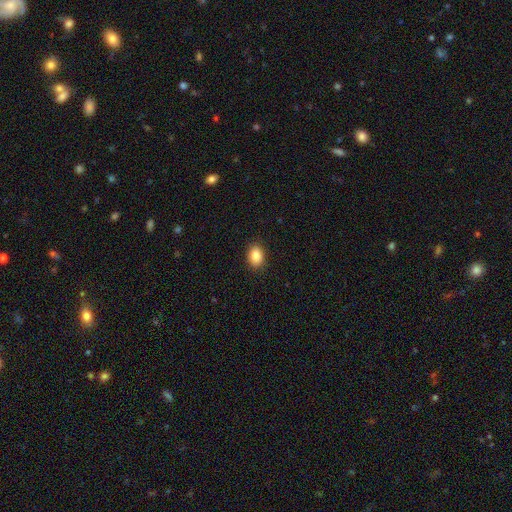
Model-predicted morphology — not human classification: Smooth or featured? smooth (87%)
How rounded? in between (72%)
Merging? none (89%)